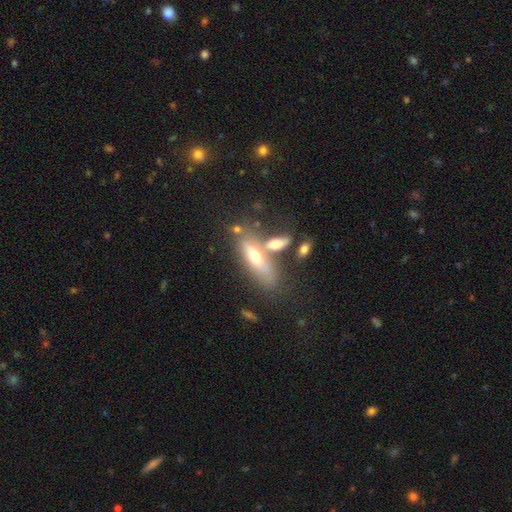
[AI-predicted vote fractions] Smooth or featured?
  - smooth: 53% *
  - featured or disk: 39%
  - star or artifact: 8%
How rounded?
  - in between: 53% *
  - cigar-shaped: 44%
  - round: 3%
Merging?
  - none: 47% *
  - merger: 31%
  - minor disturbance: 14%
  - major disturbance: 8%